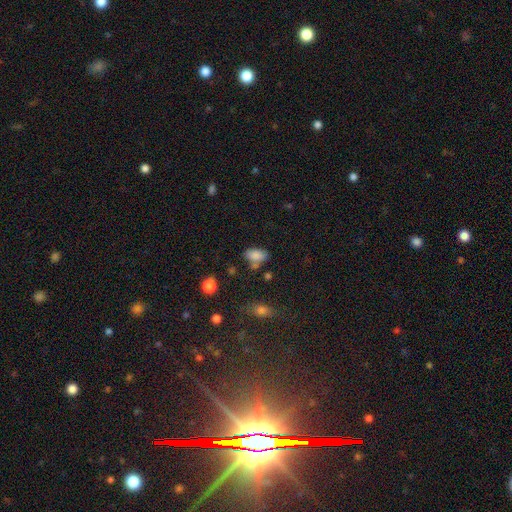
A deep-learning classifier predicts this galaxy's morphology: smooth 84%, star or artifact 9%, featured or disk 7%. Down the decision tree: how rounded — in between (90%); merging — none (61%).